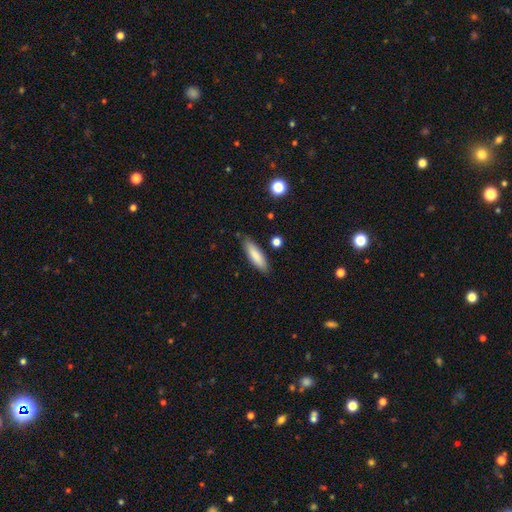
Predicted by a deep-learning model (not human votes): Smooth or featured: smooth — 82% (featured or disk — 11%)
How rounded: cigar-shaped — 61% (in between — 37%)
Merging: none — 84% (minor disturbance — 11%)